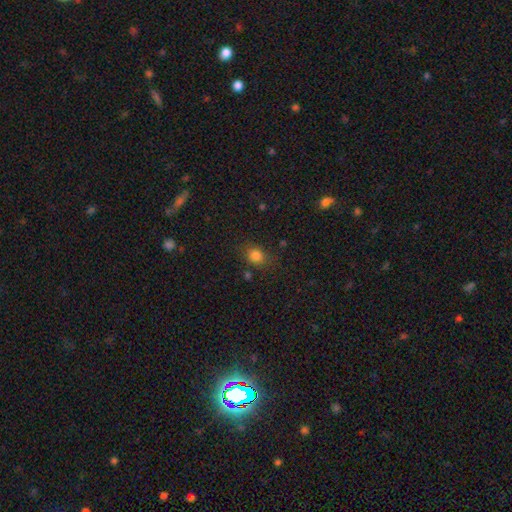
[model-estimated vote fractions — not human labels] smooth 80%, star or artifact 14%, featured or disk 6%. Down the decision tree: how rounded — round (67%); merging — none (77%).